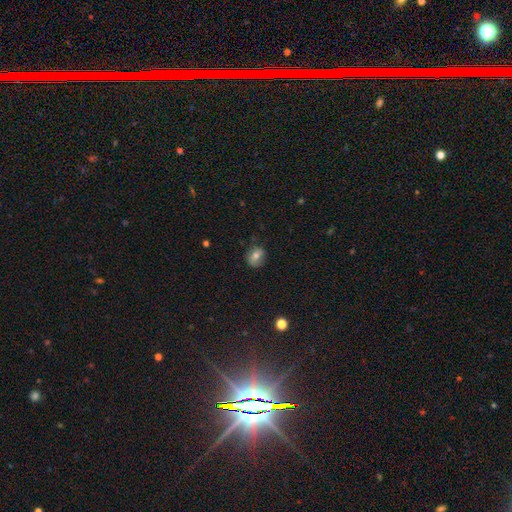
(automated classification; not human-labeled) smooth_or_featured: smooth (p=0.70) [alt: featured or disk p=0.18]
how_rounded: round (p=0.59) [alt: in between p=0.40]
merging: none (p=0.75) [alt: minor disturbance p=0.19]